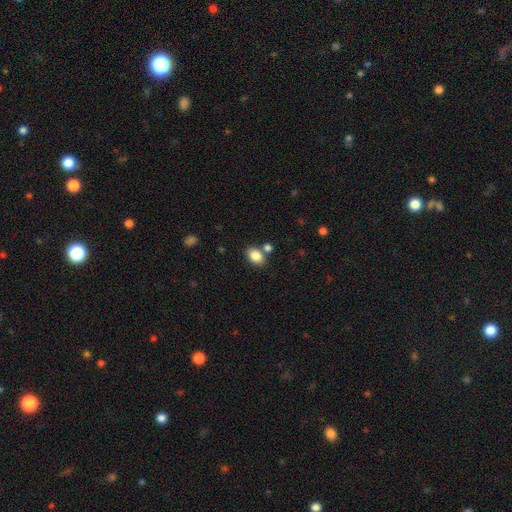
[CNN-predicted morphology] Smooth or featured? smooth (86%)
How rounded? in between (80%)
Merging? none (70%)